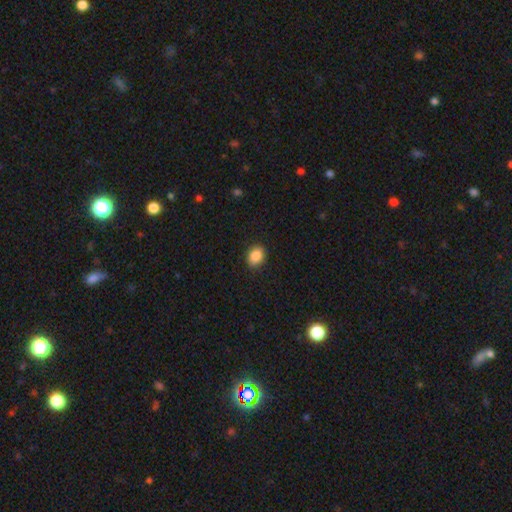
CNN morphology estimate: smooth-or-featured: smooth: 88% | star or artifact: 8% | featured or disk: 4%
  how-rounded: in between: 59% | round: 40% | cigar-shaped: 1%
  merging: none: 88% | minor disturbance: 9% | major disturbance: 2% | merger: 1%